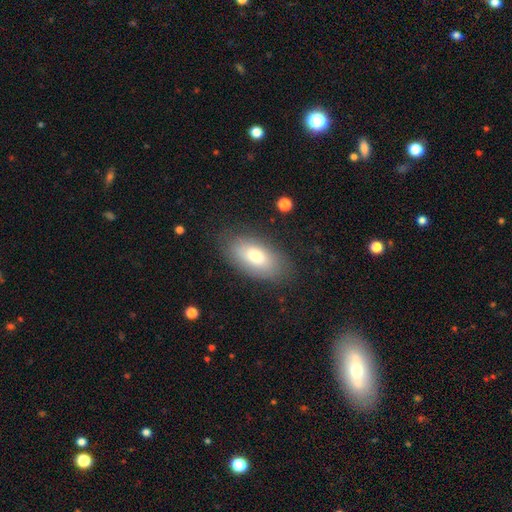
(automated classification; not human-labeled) smooth-or-featured: smooth: 72% | featured or disk: 20% | star or artifact: 8%
  how-rounded: in between: 91% | cigar-shaped: 5% | round: 4%
  merging: none: 82% | minor disturbance: 13% | major disturbance: 4% | merger: 1%